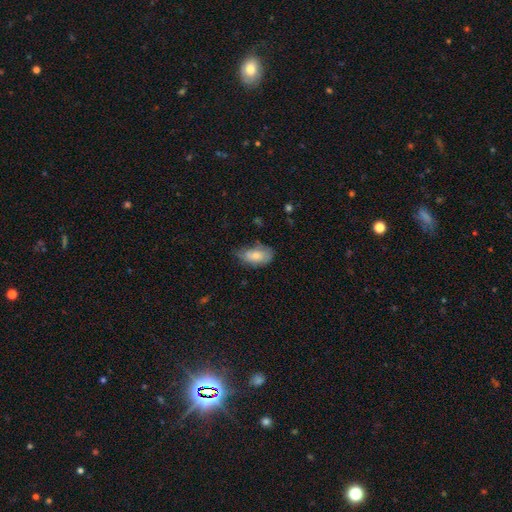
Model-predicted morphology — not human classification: smooth 73%, featured or disk 20%, star or artifact 7%. Down the decision tree: how rounded — in between (92%); merging — none (50%).